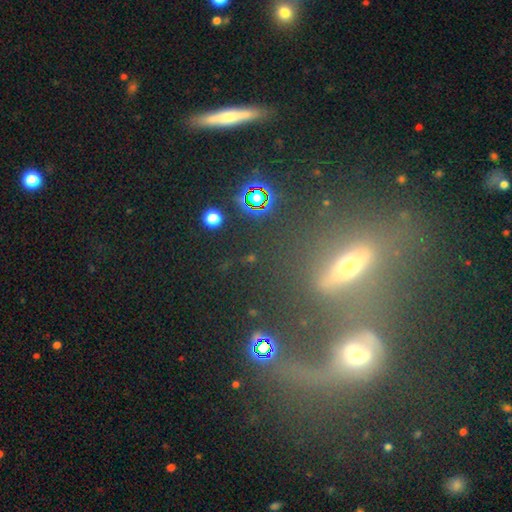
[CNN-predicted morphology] The model was most divided on "smooth or featured": featured or disk: 41%, smooth: 32%, star or artifact: 27%. Remaining: merging — none (44%).